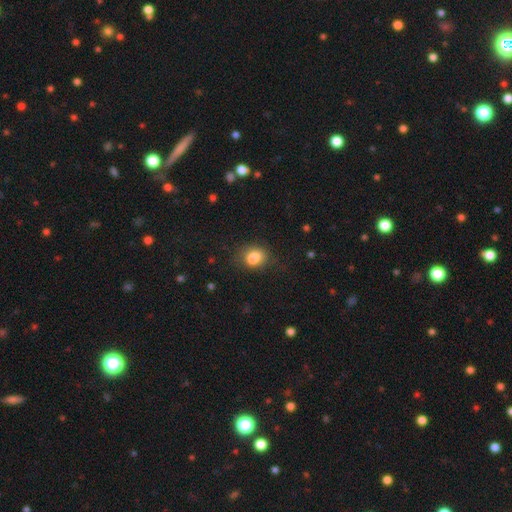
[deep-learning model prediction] Smooth or featured?
  - smooth: 83% *
  - star or artifact: 10%
  - featured or disk: 7%
How rounded?
  - in between: 60% *
  - round: 39%
  - cigar-shaped: 1%
Merging?
  - none: 69% *
  - minor disturbance: 21%
  - major disturbance: 7%
  - merger: 2%